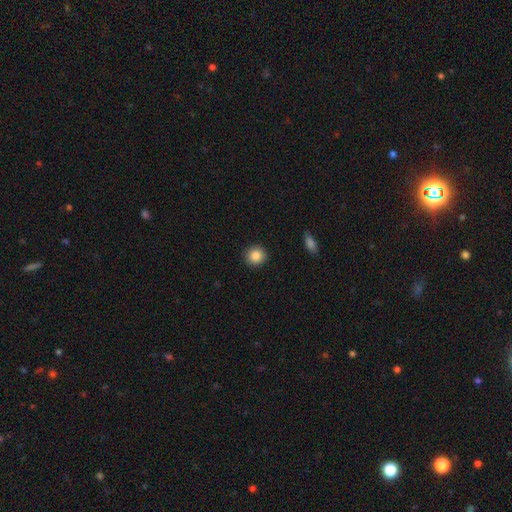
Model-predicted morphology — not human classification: Smooth or featured?
  - smooth: 87% *
  - star or artifact: 9%
  - featured or disk: 4%
How rounded?
  - round: 89% *
  - in between: 10%
  - cigar-shaped: 1%
Merging?
  - none: 91% *
  - minor disturbance: 6%
  - major disturbance: 2%
  - merger: 1%